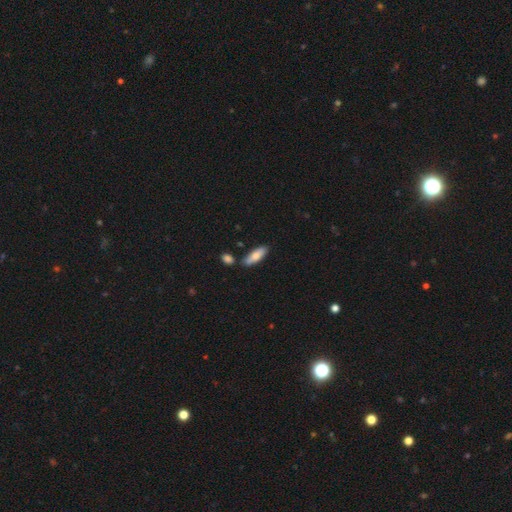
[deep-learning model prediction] The model was most divided on "how rounded": in between: 57%, cigar-shaped: 41%, round: 2%. More confident: merging — none (78%); smooth or featured — smooth (75%).